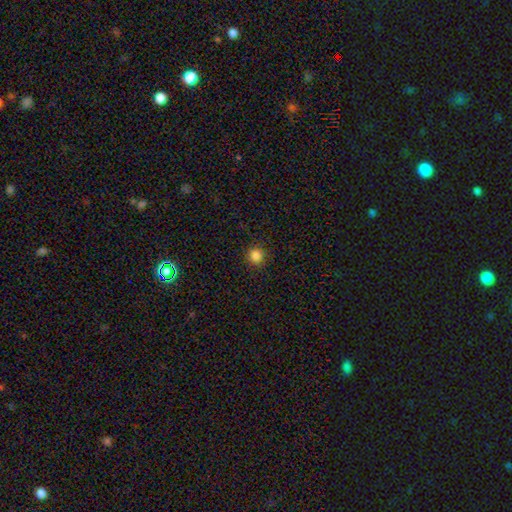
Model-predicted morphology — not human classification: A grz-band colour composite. It shows a smooth galaxy with no disk features (85%) that is round (92%). Merging: none (91%).